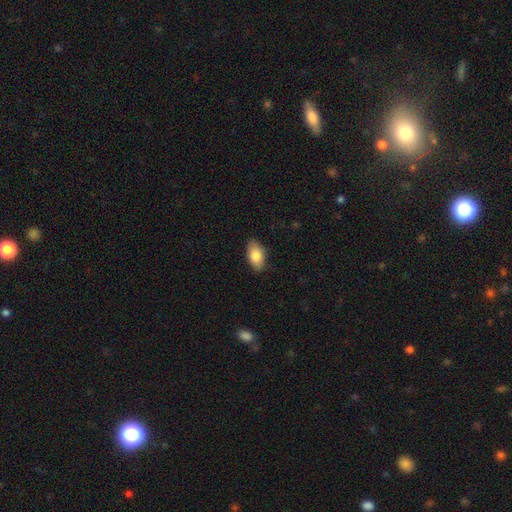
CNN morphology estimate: The model was most divided on "smooth or featured": smooth: 83%, featured or disk: 10%, star or artifact: 6%. More confident: how rounded — in between (93%); merging — none (86%).